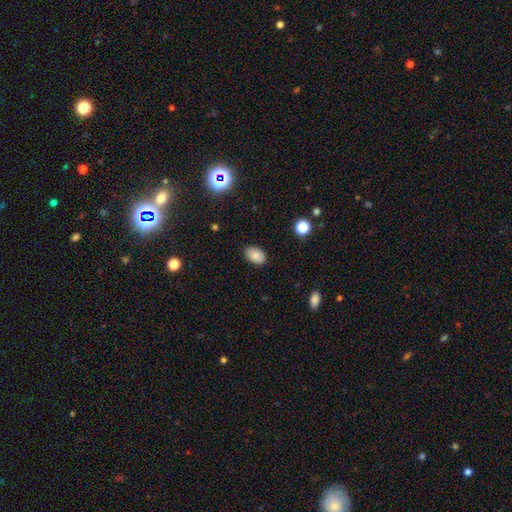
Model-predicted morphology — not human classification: This appears to be a smooth galaxy with no disk features (85%) that is in between round and cigar-shaped (89%). Merging: none (84%).